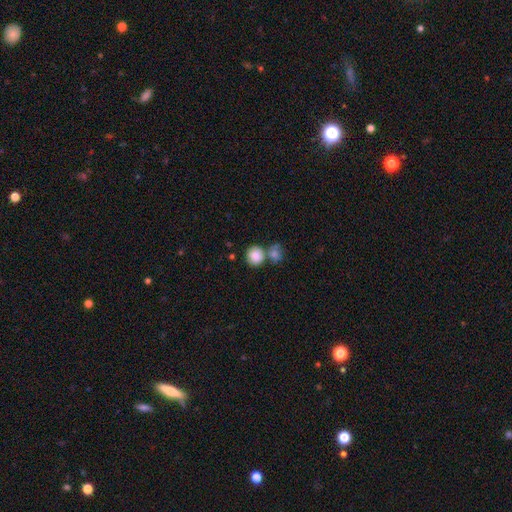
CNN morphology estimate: Smooth or featured? Predicted: smooth (p=0.86). How rounded? Predicted: round (p=0.85). Merging? Predicted: none (p=0.52).